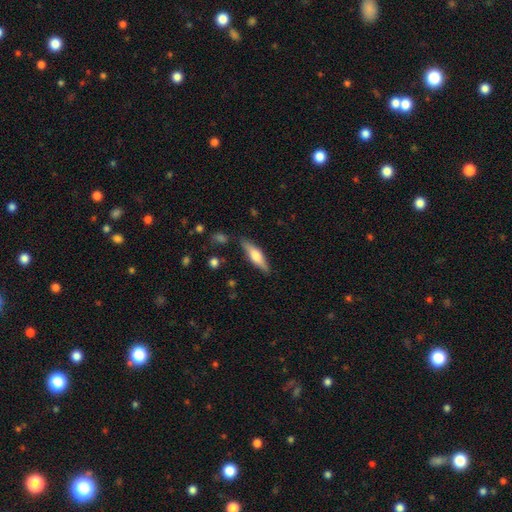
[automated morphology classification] type=smooth (52%); roundness=cigar-shaped (66%); merging=none (83%).